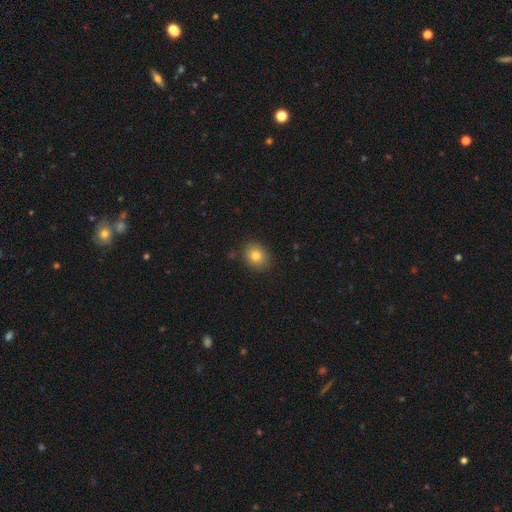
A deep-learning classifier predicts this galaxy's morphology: A smooth galaxy with no disk features (79%) that is round (62%). Merging: none (87%).